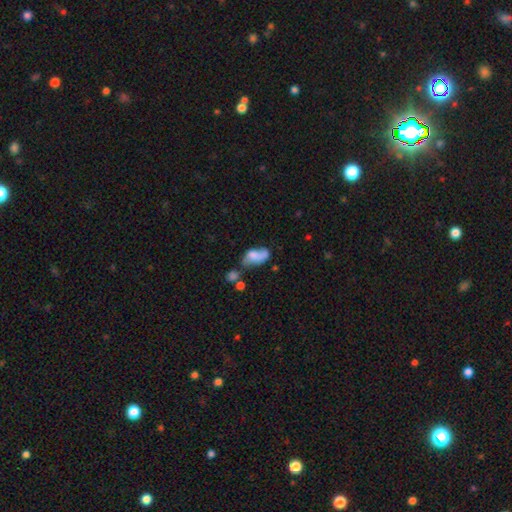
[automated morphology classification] A smooth galaxy with no disk features (60%) that is in between round and cigar-shaped (89%). Merging: none (26%).